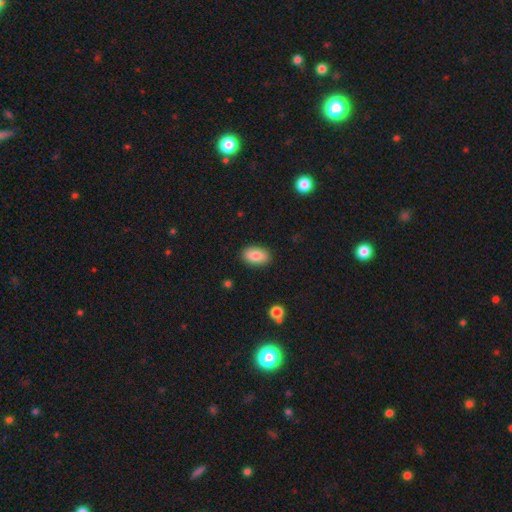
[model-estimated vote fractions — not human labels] Morphology: type=smooth (84%); roundness=in between (92%); merging=none (89%).